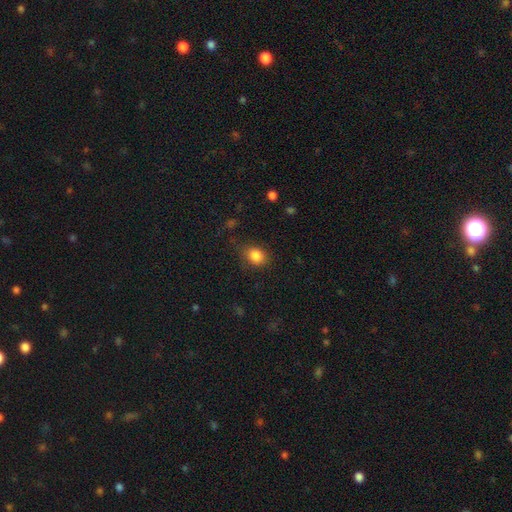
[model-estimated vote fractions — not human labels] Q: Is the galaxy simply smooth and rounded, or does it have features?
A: smooth — 85%.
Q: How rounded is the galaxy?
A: round — 60%.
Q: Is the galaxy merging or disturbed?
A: none — 74%.